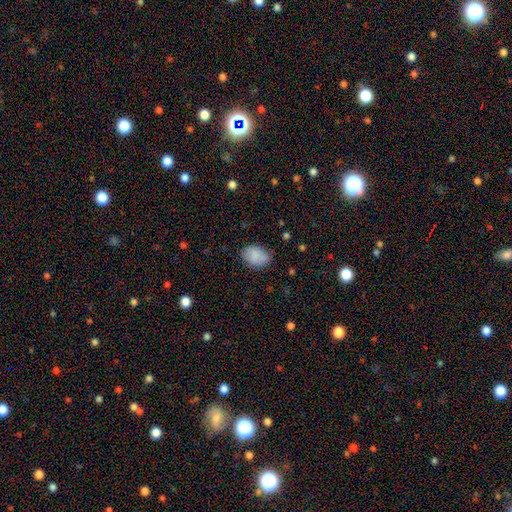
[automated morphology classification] This appears to be a smooth galaxy with no disk features (88%) that is in between round and cigar-shaped (84%). Merging: none (80%).